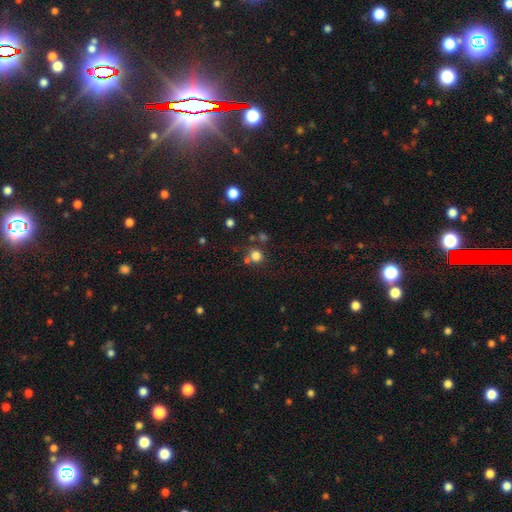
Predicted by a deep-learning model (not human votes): Q: Smooth or featured?
A: smooth (77%); runner-up: star or artifact (17%)
Q: How rounded?
A: round (87%); runner-up: in between (12%)
Q: Merging?
A: none (68%); runner-up: merger (17%)